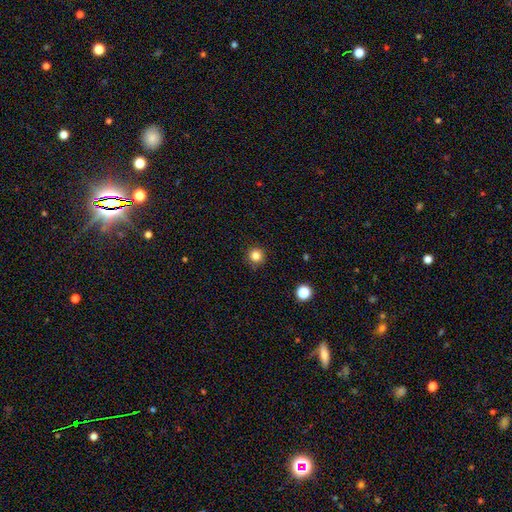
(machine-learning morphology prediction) This appears to be a smooth galaxy with no disk features (83%) that is round (96%). Merging: none (90%).